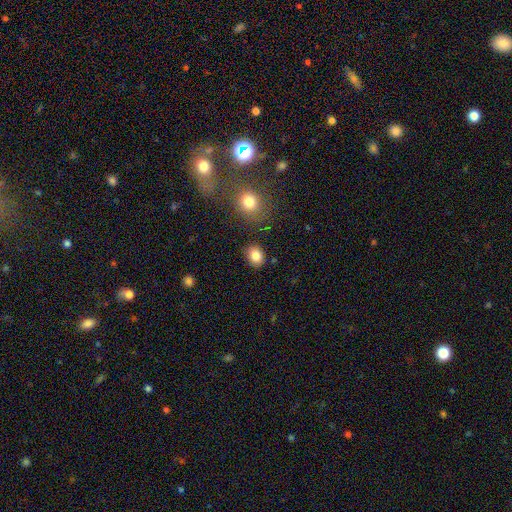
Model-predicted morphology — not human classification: Smooth or featured? smooth (84%)
How rounded? in between (52%)
Merging? none (84%)